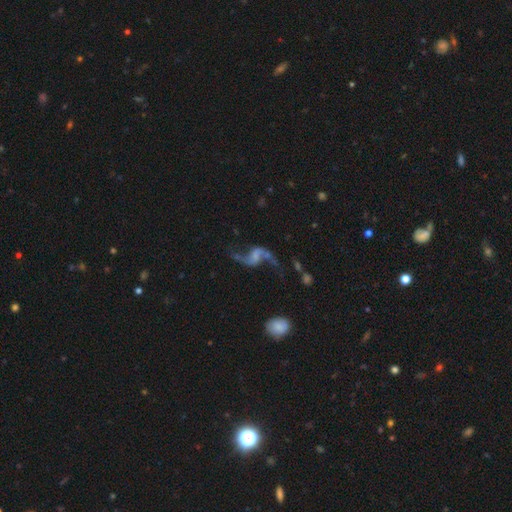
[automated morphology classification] Smooth or featured? Predicted: featured or disk (p=0.84). Edge-on disk? Predicted: no (p=0.97). Bar? Predicted: no (p=0.45). Spiral arms? Predicted: yes (p=0.94). Spiral winding? Predicted: loose (p=0.90). Spiral arm count? Predicted: 2 (p=0.92). Bulge size? Predicted: none (p=0.51). Merging? Predicted: none (p=0.58).